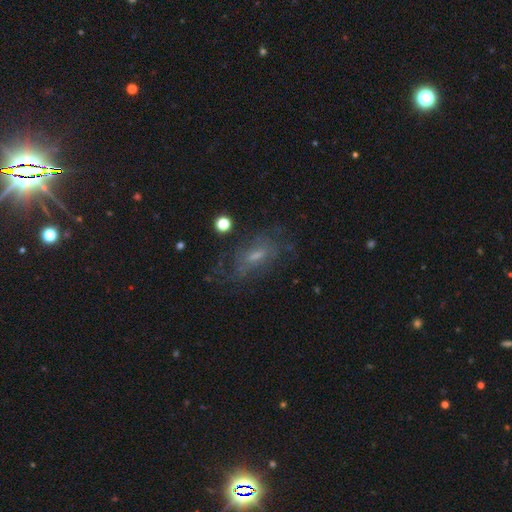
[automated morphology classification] A featured or disk galaxy (57%) with a weak bar (46%), spiral arms (65%) and a small central bulge (46%).

Vote fractions:
- Smooth or featured? featured or disk: 57% / smooth: 30% / star or artifact: 13%
- Edge-on disk? no: 88% / yes: 12%
- Bar? weak: 46% / no: 42% / strong: 12%
- Spiral arms? yes: 65% / no: 35%
- Bulge size? small: 46% / moderate: 36% / none: 12% / large: 4% / dominant: 1%
- Merging? none: 59% / minor disturbance: 21% / major disturbance: 17% / merger: 3%